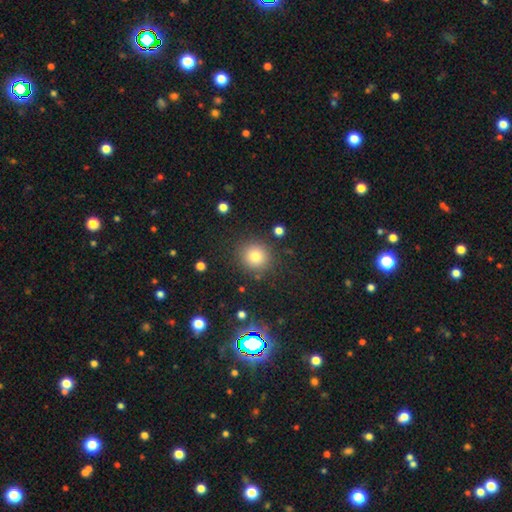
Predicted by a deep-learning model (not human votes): smooth_or_featured: smooth (p=0.76) [alt: star or artifact p=0.16]
how_rounded: round (p=0.92) [alt: in between p=0.07]
merging: none (p=0.88) [alt: minor disturbance p=0.07]